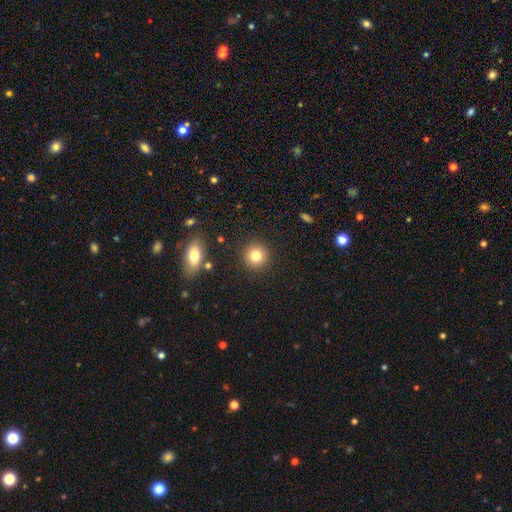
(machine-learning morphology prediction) Smooth or featured?
  - smooth: 81% *
  - star or artifact: 11%
  - featured or disk: 8%
How rounded?
  - round: 92% *
  - in between: 7%
  - cigar-shaped: 1%
Merging?
  - none: 89% *
  - minor disturbance: 6%
  - major disturbance: 2%
  - merger: 2%